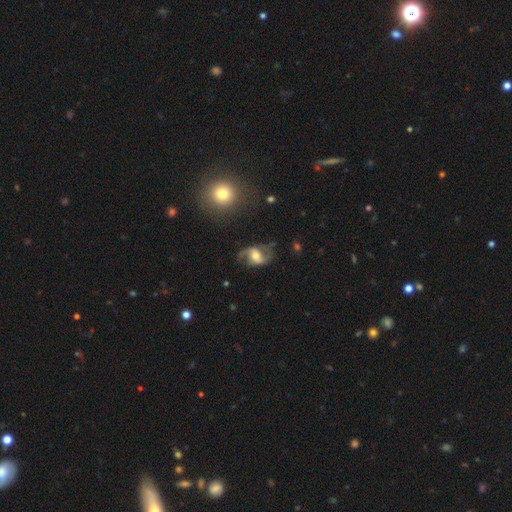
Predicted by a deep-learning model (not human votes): smooth_or_featured: featured or disk (p=0.82) [alt: smooth p=0.12]
disk_edge_on: no (p=0.97) [alt: yes p=0.03]
bar: weak (p=0.44) [alt: no p=0.35]
has_spiral_arms: yes (p=0.94) [alt: no p=0.06]
spiral_winding: loose (p=0.64) [alt: medium p=0.29]
spiral_arm_count: 2 (p=0.90) [alt: can't tell p=0.03]
bulge_size: moderate (p=0.58) [alt: small p=0.29]
merging: none (p=0.68) [alt: minor disturbance p=0.18]